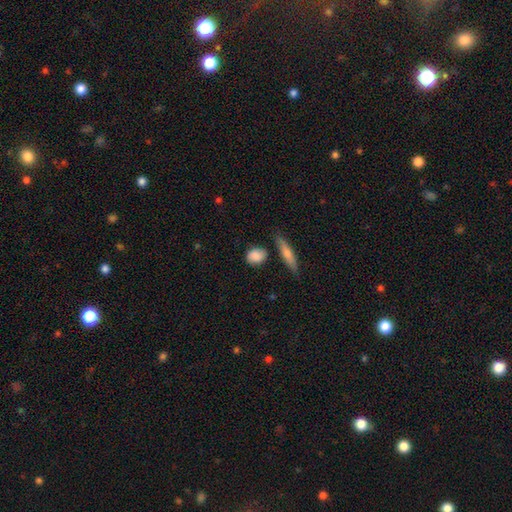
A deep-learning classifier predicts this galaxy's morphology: This appears to be a smooth galaxy with no disk features (84%) that is round (49%). Merging: none (72%).